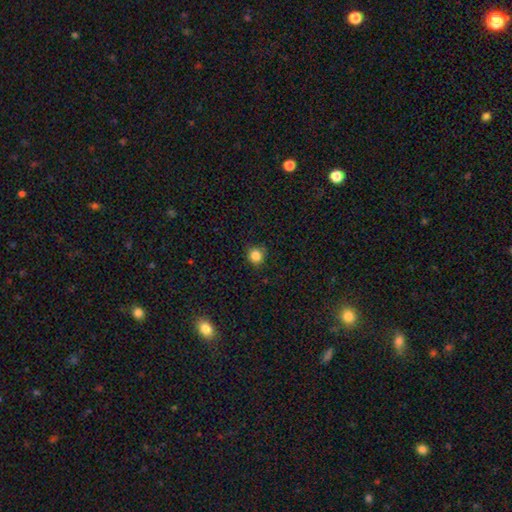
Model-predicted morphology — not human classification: The model was most divided on "smooth or featured": smooth: 85%, star or artifact: 11%, featured or disk: 4%. More confident: how rounded — round (92%); merging — none (86%).